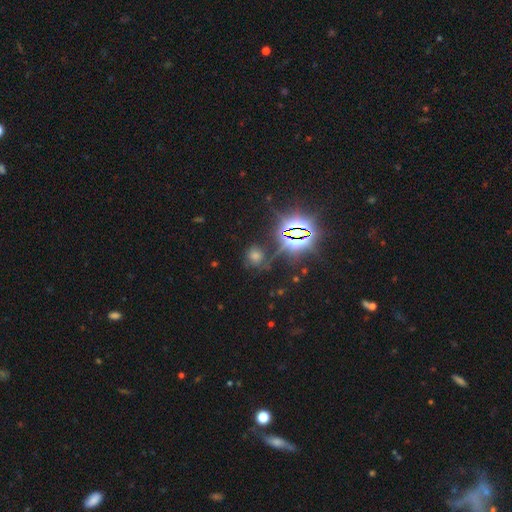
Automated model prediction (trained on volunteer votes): The model was most divided on "smooth or featured": star or artifact: 60%, smooth: 30%, featured or disk: 10%.